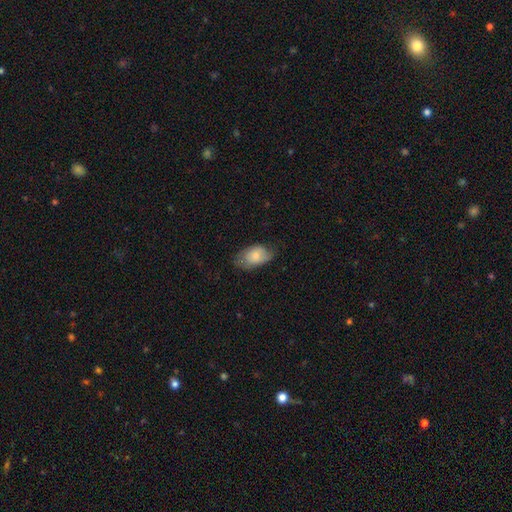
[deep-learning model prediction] Smooth or featured? smooth (75%)
How rounded? in between (91%)
Merging? none (59%)